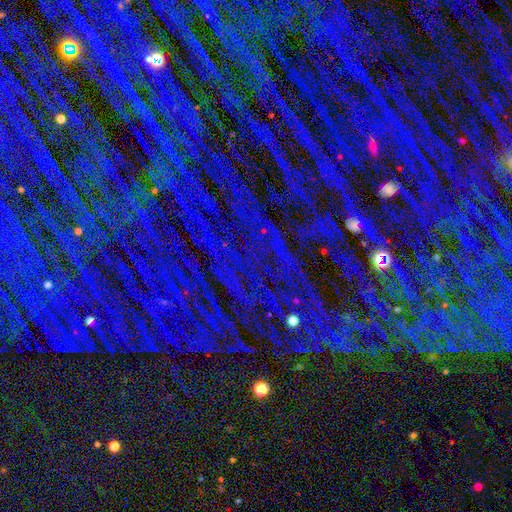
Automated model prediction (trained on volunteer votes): smooth_or_featured: star or artifact (p=0.81) [alt: smooth p=0.10]